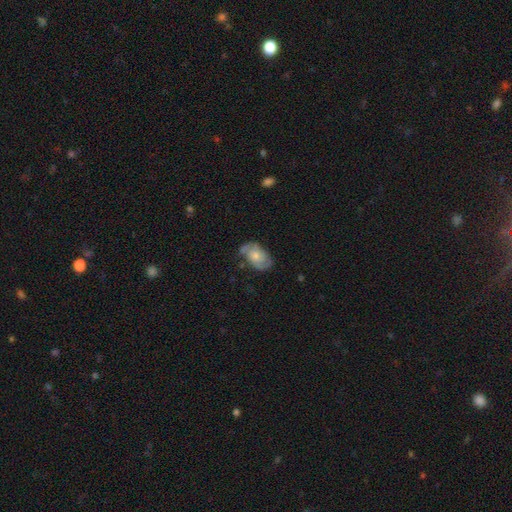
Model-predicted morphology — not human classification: smooth-or-featured: featured or disk: 55% | smooth: 38% | star or artifact: 7%
  disk-edge-on: no: 96% | yes: 4%
    bar: no: 77% | weak: 20% | strong: 3%
    has-spiral-arms: yes: 78% | no: 22%
    bulge-size: moderate: 46% | small: 36% | large: 9% | none: 7% | dominant: 2%
  merging: none: 54% | minor disturbance: 29% | major disturbance: 13% | merger: 4%